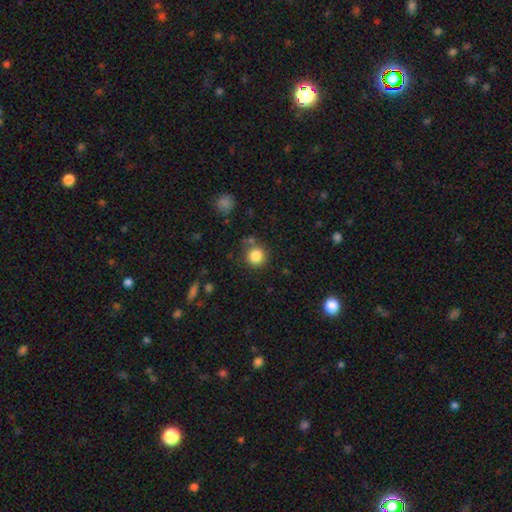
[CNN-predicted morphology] Overall: smooth (84%). How rounded: round (92%). Merging: none (80%).